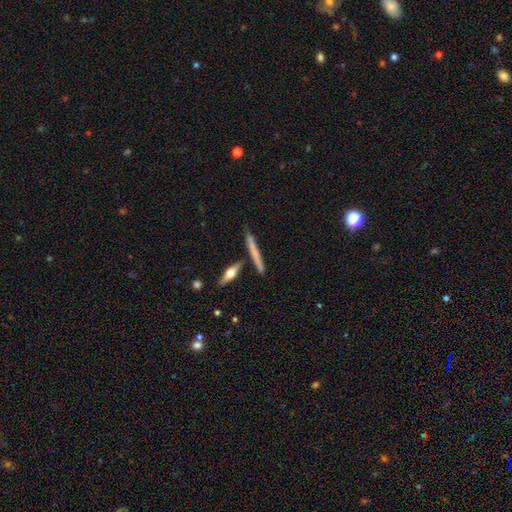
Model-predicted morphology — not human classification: smooth_or_featured: smooth (p=0.54) [alt: featured or disk p=0.40]
how_rounded: cigar-shaped (p=0.93) [alt: in between p=0.05]
merging: none (p=0.79) [alt: minor disturbance p=0.11]